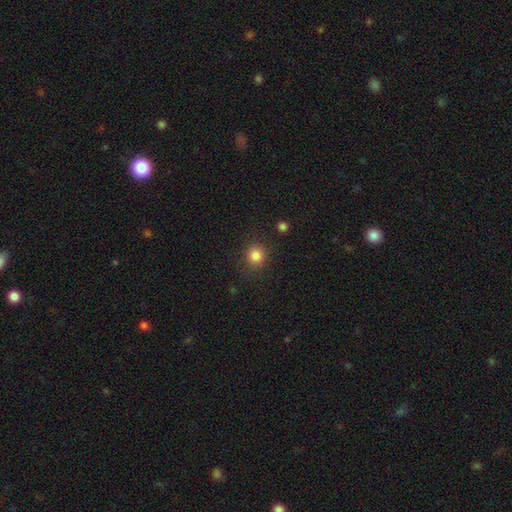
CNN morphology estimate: The model was most divided on "smooth or featured": smooth: 83%, star or artifact: 12%, featured or disk: 5%. More confident: how rounded — round (88%); merging — none (86%).